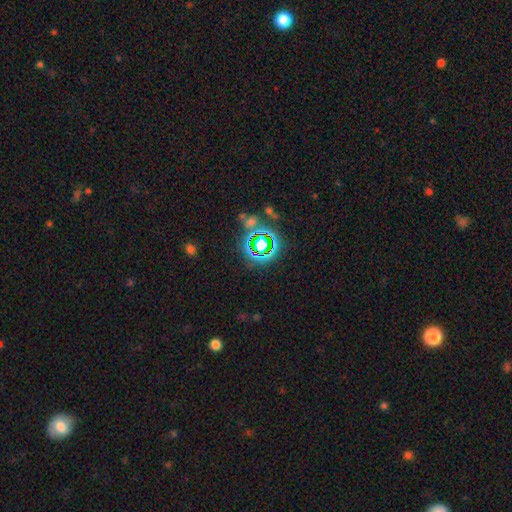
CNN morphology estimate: smooth-or-featured: star or artifact: 58% | smooth: 27% | featured or disk: 14%